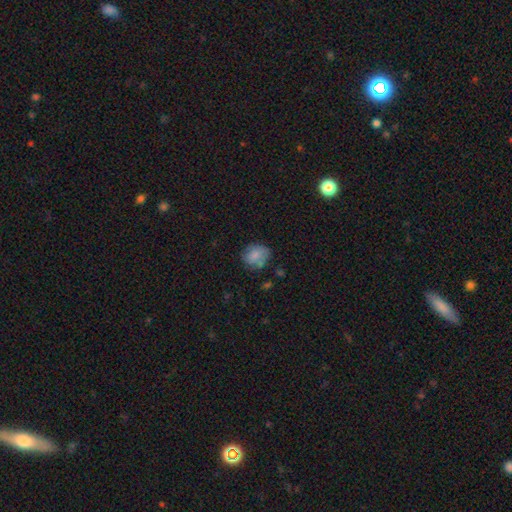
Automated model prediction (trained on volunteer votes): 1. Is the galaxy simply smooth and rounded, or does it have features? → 78% smooth, 13% featured or disk, 9% star or artifact.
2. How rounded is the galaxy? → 60% round, 39% in between, 1% cigar-shaped.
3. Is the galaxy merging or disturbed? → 63% none, 23% minor disturbance, 7% major disturbance, 6% merger.